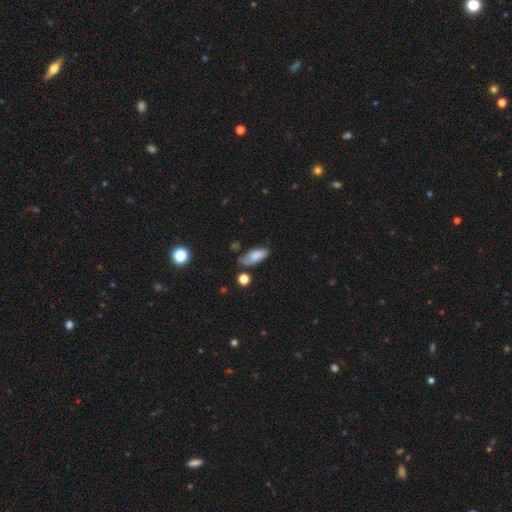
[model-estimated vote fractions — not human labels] Overall: smooth (75%). How rounded: in between (83%). Merging: none (45%; minor disturbance 34%).